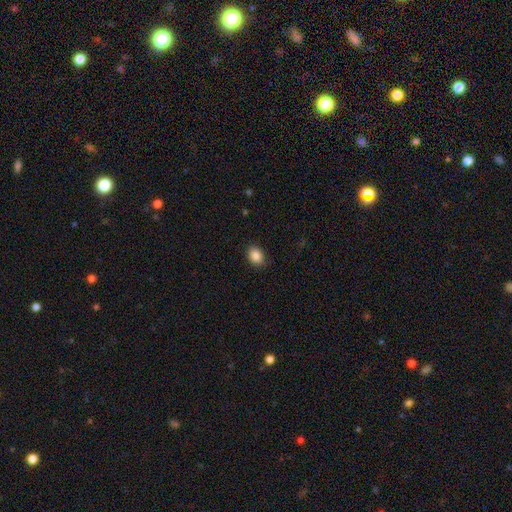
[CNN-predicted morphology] Smooth or featured: smooth — 87% (star or artifact — 9%)
How rounded: in between — 56% (round — 43%)
Merging: none — 86% (minor disturbance — 10%)